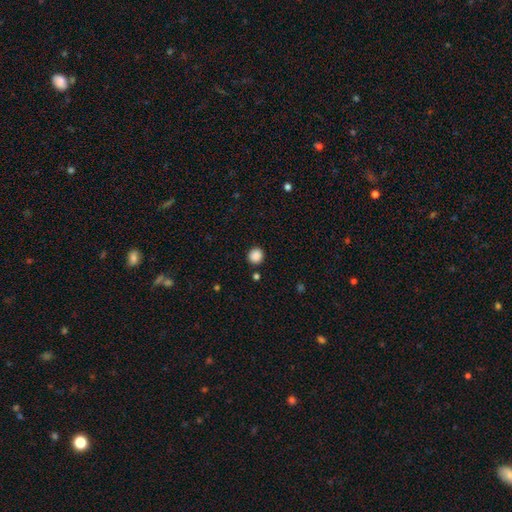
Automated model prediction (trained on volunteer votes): smooth 87%, star or artifact 10%, featured or disk 3%. Down the decision tree: how rounded — round (91%); merging — none (89%).